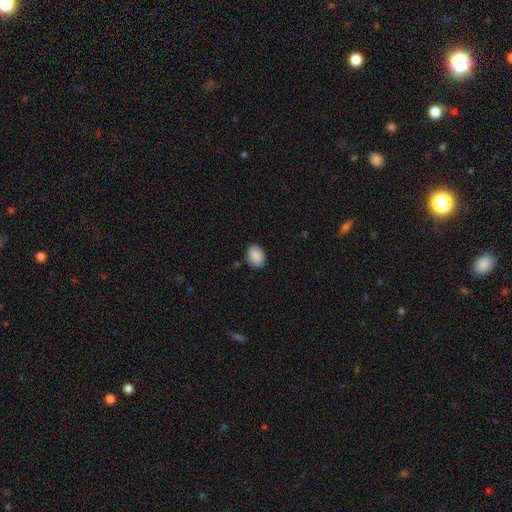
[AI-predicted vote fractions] smooth-or-featured: smooth: 90% | star or artifact: 7% | featured or disk: 3%
  how-rounded: in between: 72% | round: 27% | cigar-shaped: 1%
  merging: none: 85% | minor disturbance: 11% | major disturbance: 2% | merger: 1%